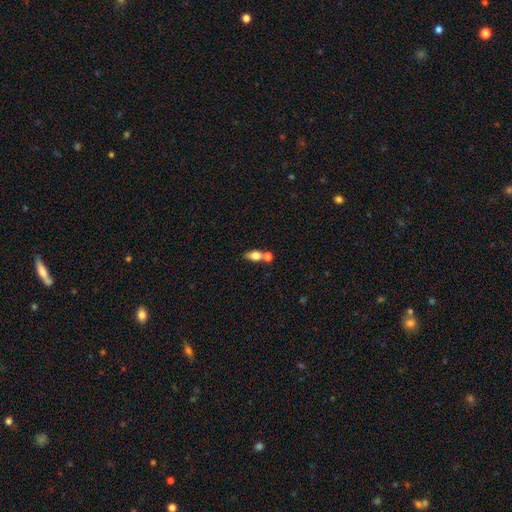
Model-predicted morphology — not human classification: This appears to be a smooth galaxy with no disk features (74%) that is in between round and cigar-shaped (70%). Merging: merger (47%).